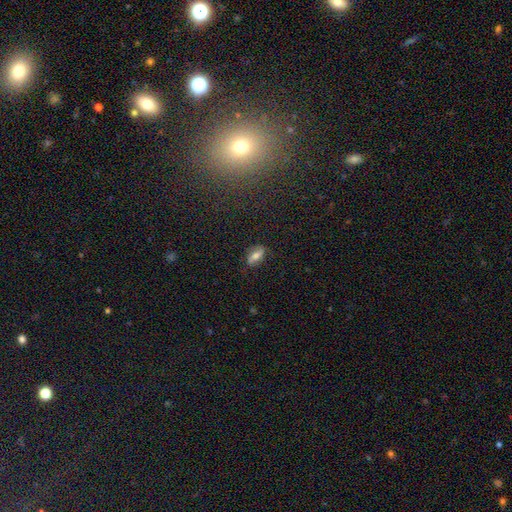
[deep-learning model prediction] Morphology: type=smooth (59%); roundness=in between (81%); merging=none (78%).